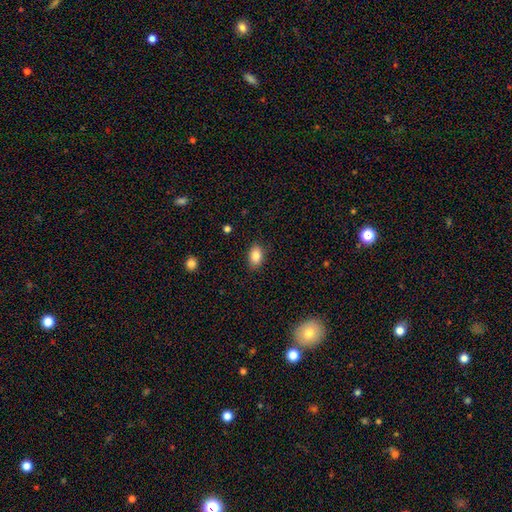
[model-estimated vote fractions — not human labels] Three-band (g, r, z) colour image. It shows a smooth galaxy with no disk features (85%) that is in between round and cigar-shaped (87%). Merging: none (85%).